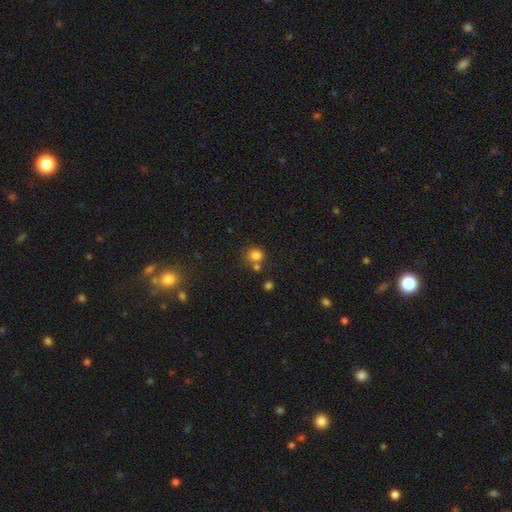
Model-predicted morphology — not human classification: Smooth or featured: smooth — 80% (star or artifact — 13%)
How rounded: round — 79% (in between — 20%)
Merging: none — 60% (merger — 25%)